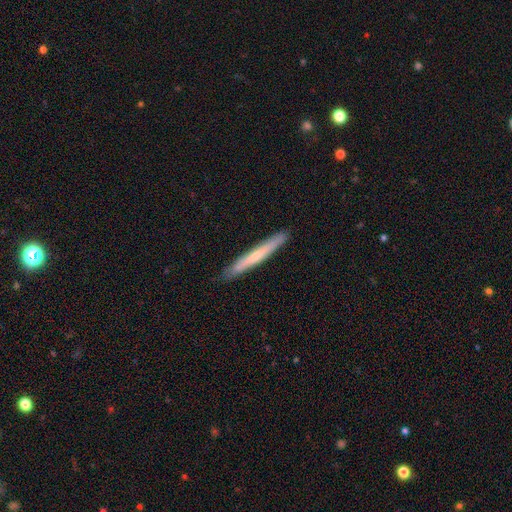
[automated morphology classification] Overall: smooth (54%; featured or disk 41%). How rounded: cigar-shaped (97%). Merging: none (89%).